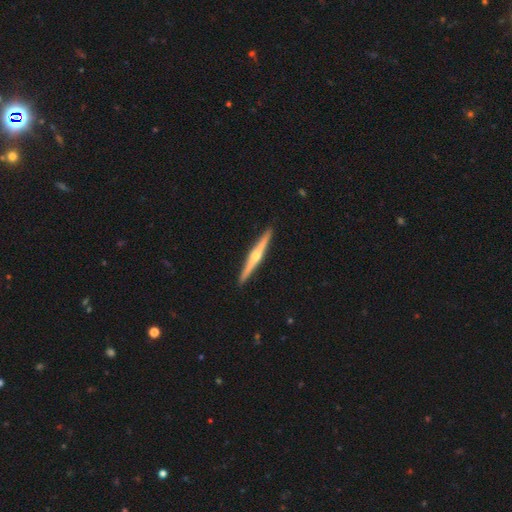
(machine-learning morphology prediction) Q: Smooth or featured?
A: featured or disk (78%); runner-up: smooth (17%)
Q: Edge-on disk?
A: yes (98%); runner-up: no (2%)
Q: Edge-on bulge?
A: rounded (91%); runner-up: none (5%)
Q: Merging?
A: none (93%); runner-up: minor disturbance (5%)